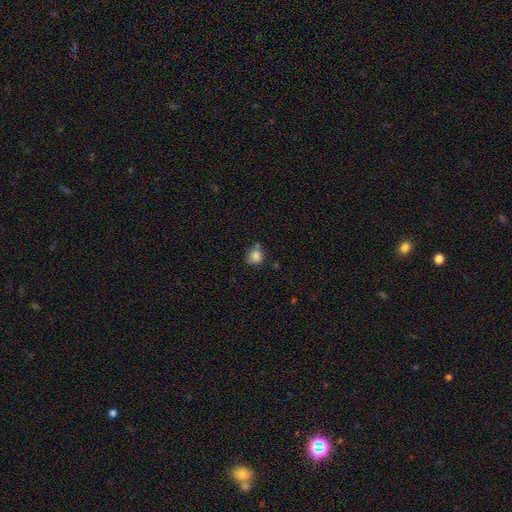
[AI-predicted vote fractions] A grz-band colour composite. It shows a smooth galaxy with no disk features (83%) that is round (74%). Merging: none (55%).